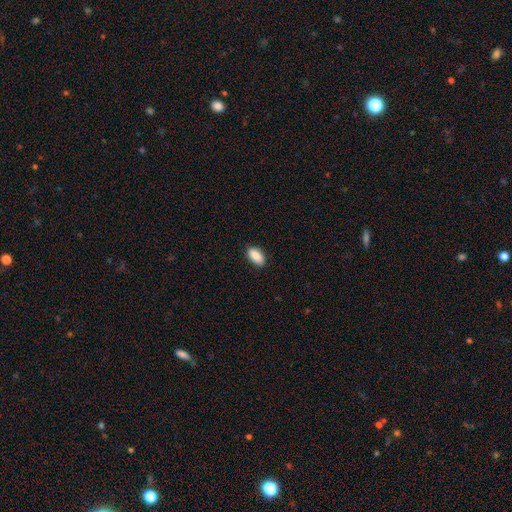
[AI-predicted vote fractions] Smooth or featured? smooth (89%)
How rounded? in between (92%)
Merging? none (88%)